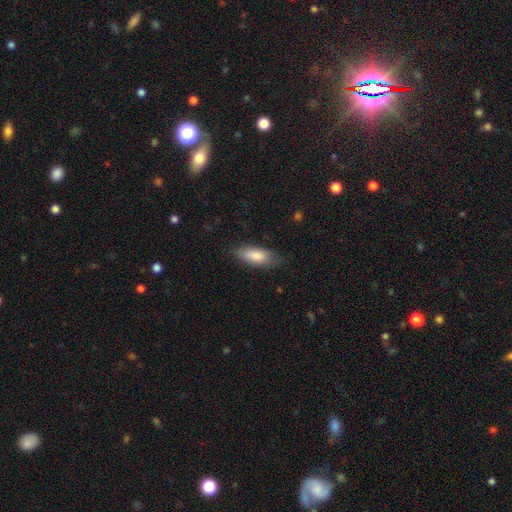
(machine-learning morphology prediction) This appears to be a smooth galaxy with no disk features (84%) that is in between round and cigar-shaped (80%). Merging: none (71%).